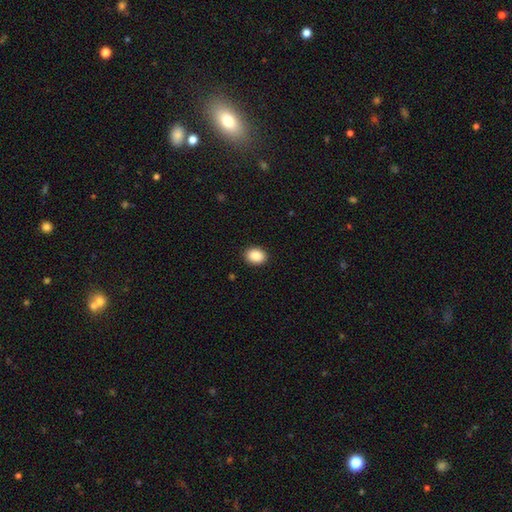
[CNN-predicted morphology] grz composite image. It shows a smooth galaxy with no disk features (89%) that is in between round and cigar-shaped (59%). Merging: none (91%).